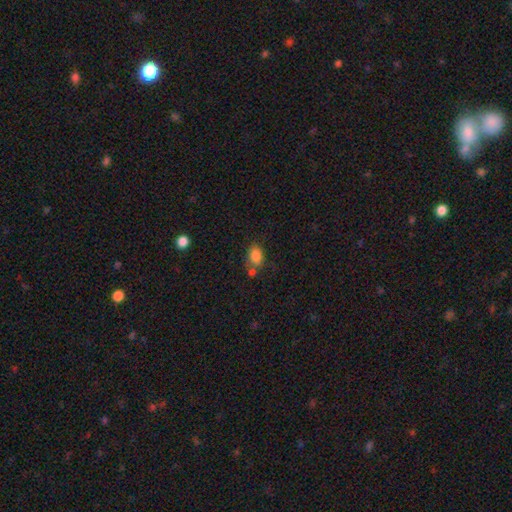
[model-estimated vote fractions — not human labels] Overall: smooth (83%). How rounded: in between (75%). Merging: none (58%; merger 21%).